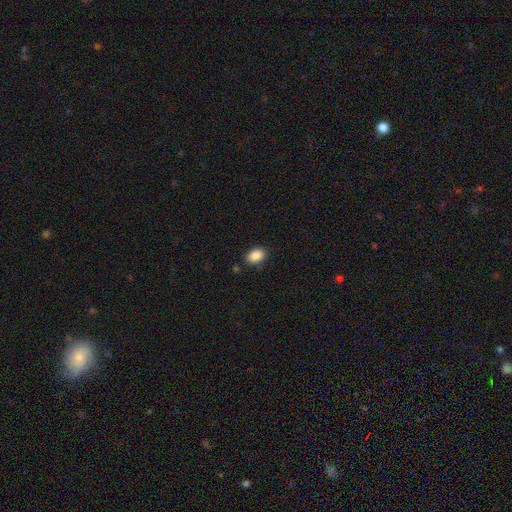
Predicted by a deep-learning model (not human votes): Overall: smooth (89%). How rounded: in between (79%). Merging: none (85%).